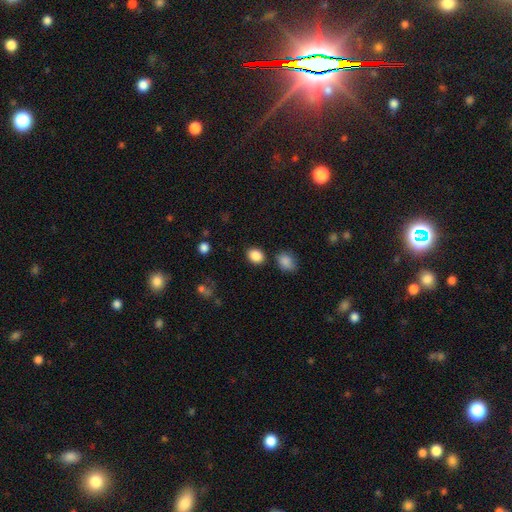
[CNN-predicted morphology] Overall: smooth (87%). How rounded: round (51%; in between 48%). Merging: none (82%).